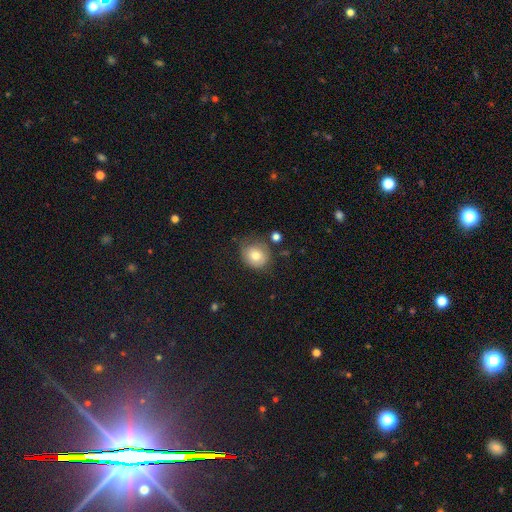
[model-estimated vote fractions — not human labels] smooth-or-featured: smooth: 76% | featured or disk: 13% | star or artifact: 10%
  how-rounded: round: 77% | in between: 22% | cigar-shaped: 1%
  merging: none: 65% | minor disturbance: 23% | major disturbance: 7% | merger: 4%